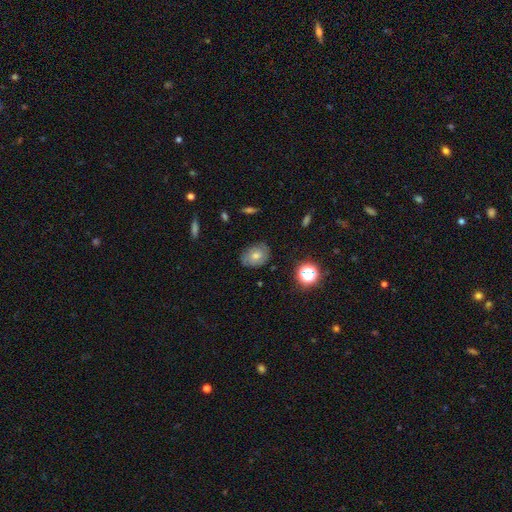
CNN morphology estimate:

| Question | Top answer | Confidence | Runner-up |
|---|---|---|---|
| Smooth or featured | smooth | 49% | featured or disk (35%) |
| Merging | none | 76% | minor disturbance (18%) |